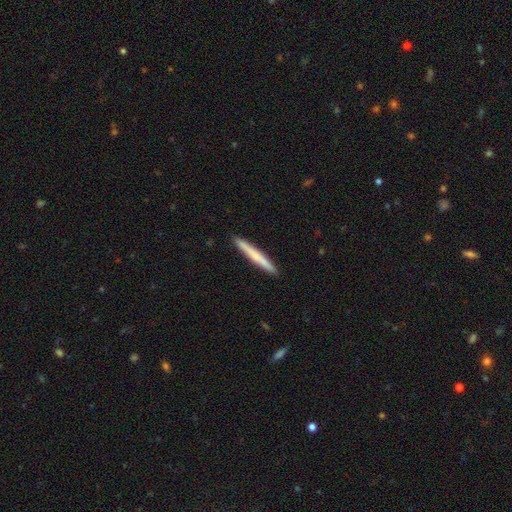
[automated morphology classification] Smooth or featured? smooth (63%)
How rounded? cigar-shaped (97%)
Merging? none (93%)